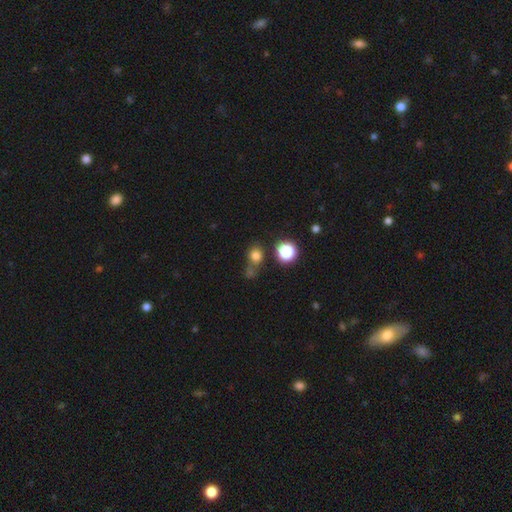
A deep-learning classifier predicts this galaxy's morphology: A smooth galaxy with no disk features (74%) that is round (76%). Merging: none (56%).